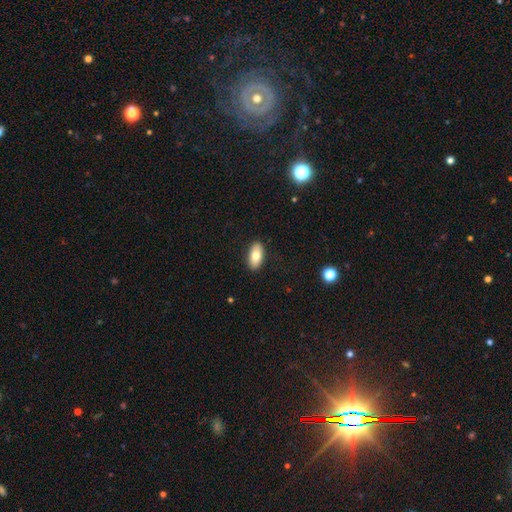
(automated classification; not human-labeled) Smooth or featured? smooth (78%)
How rounded? in between (91%)
Merging? none (90%)